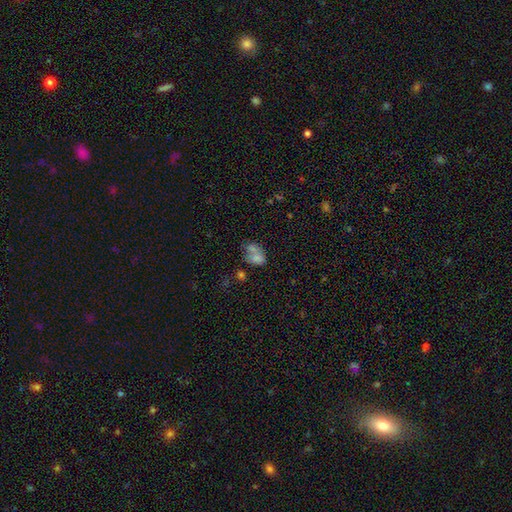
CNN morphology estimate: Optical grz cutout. It shows a smooth galaxy with no disk features (70%) that is in between round and cigar-shaped (71%). Merging: merger (52%).